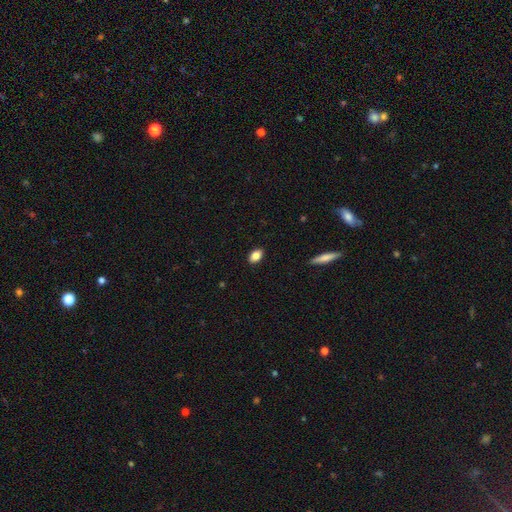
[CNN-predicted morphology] Smooth or featured?
  - smooth: 86% *
  - star or artifact: 8%
  - featured or disk: 6%
How rounded?
  - in between: 86% *
  - round: 11%
  - cigar-shaped: 2%
Merging?
  - none: 87% *
  - minor disturbance: 10%
  - major disturbance: 2%
  - merger: 1%